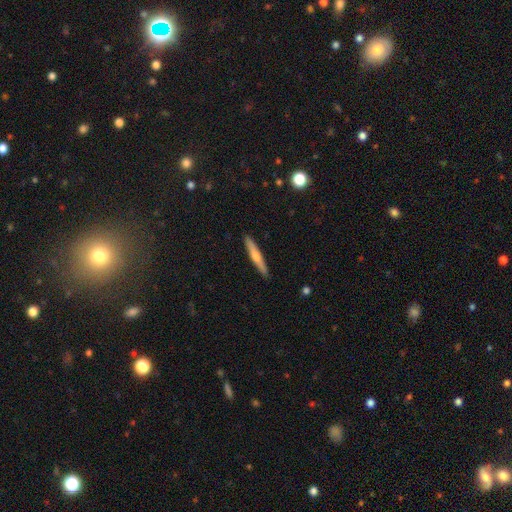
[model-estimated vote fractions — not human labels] smooth-or-featured: featured or disk: 51% | smooth: 42% | star or artifact: 6%
  disk-edge-on: yes: 96% | no: 4%
  merging: none: 91% | minor disturbance: 6% | major disturbance: 1% | merger: 1%